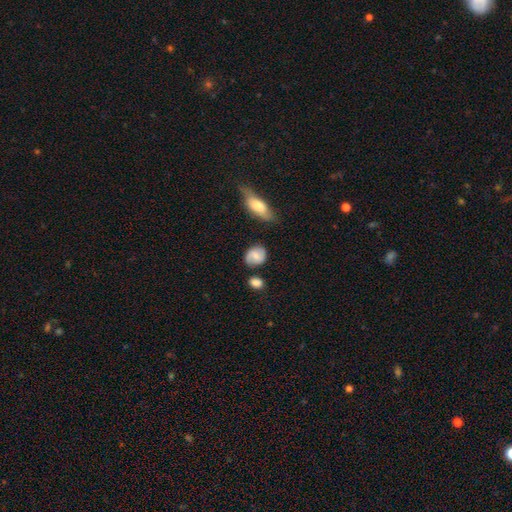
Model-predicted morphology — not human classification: Smooth or featured: smooth — 61% (featured or disk — 31%)
How rounded: in between — 50% (round — 48%)
Merging: none — 73% (minor disturbance — 17%)